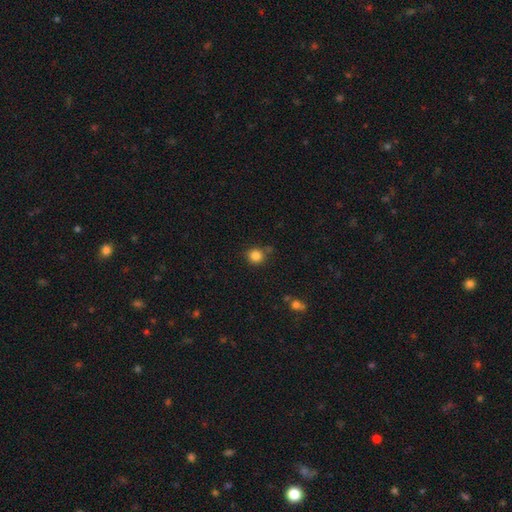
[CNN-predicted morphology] This appears to be a smooth galaxy with no disk features (84%) that is round (91%). Merging: none (81%).